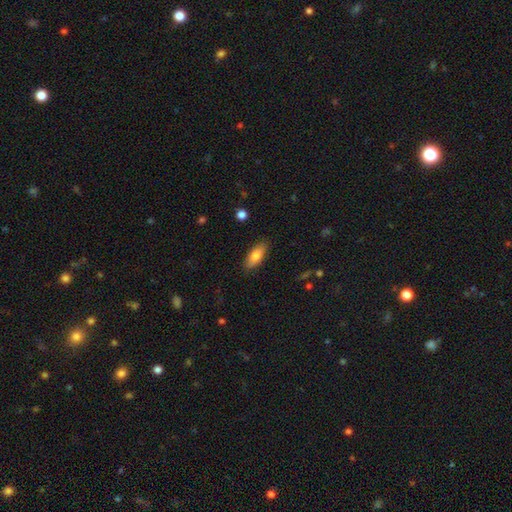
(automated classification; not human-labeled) smooth 80%, featured or disk 14%, star or artifact 7%. Down the decision tree: how rounded — in between (78%); merging — none (87%).